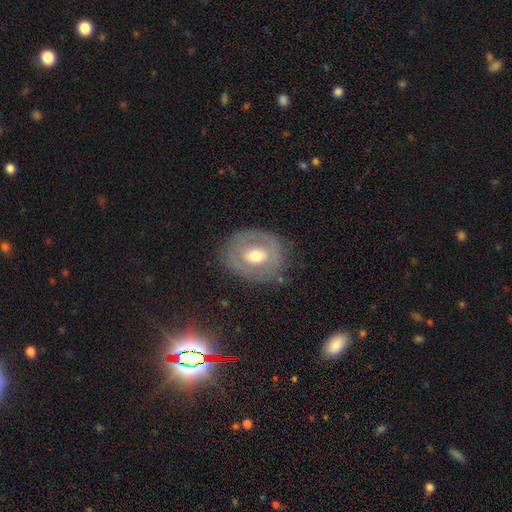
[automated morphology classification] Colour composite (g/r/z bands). It shows a featured or disk galaxy (56%) with no bar (57%), no spiral arms (73%) and a moderate central bulge (72%). Merging: none (76%).